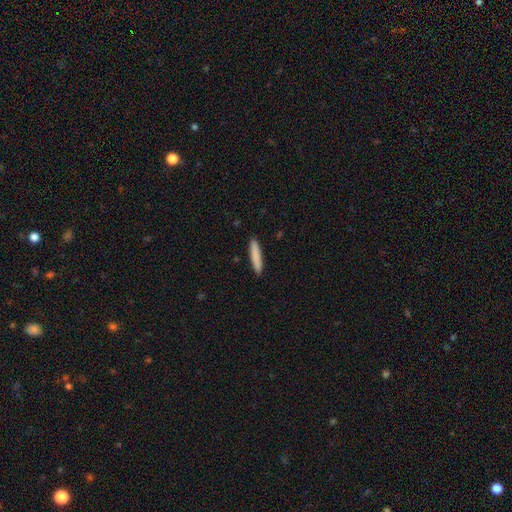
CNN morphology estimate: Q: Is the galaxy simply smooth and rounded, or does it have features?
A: smooth — 85%.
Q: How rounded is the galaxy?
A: cigar-shaped — 92%.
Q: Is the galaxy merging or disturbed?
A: none — 92%.